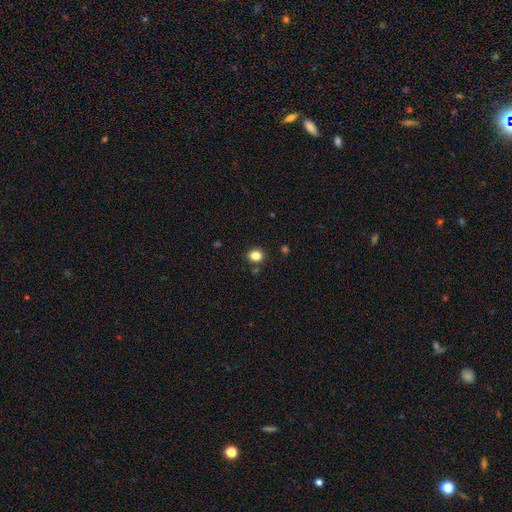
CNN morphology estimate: Smooth or featured: smooth — 83% (star or artifact — 12%)
How rounded: round — 65% (in between — 34%)
Merging: none — 85% (minor disturbance — 9%)